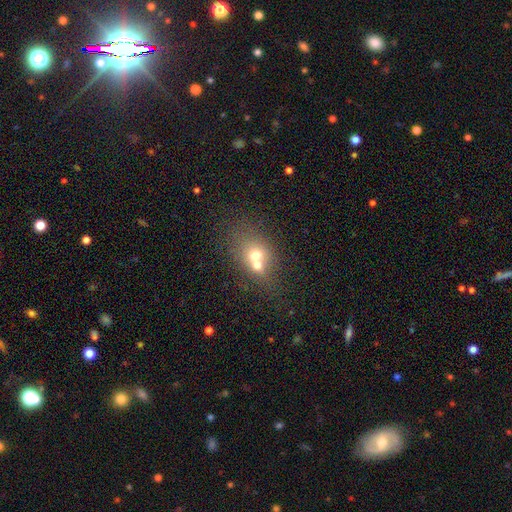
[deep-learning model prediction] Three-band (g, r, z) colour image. It shows a smooth galaxy with no disk features (61%) that is round (54%). Merging: merger (67%).